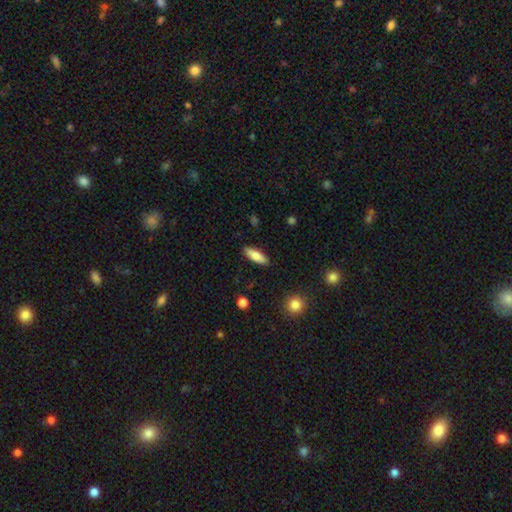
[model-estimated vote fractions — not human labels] This appears to be a smooth galaxy with no disk features (76%) that is in between round and cigar-shaped (58%). Merging: none (88%).